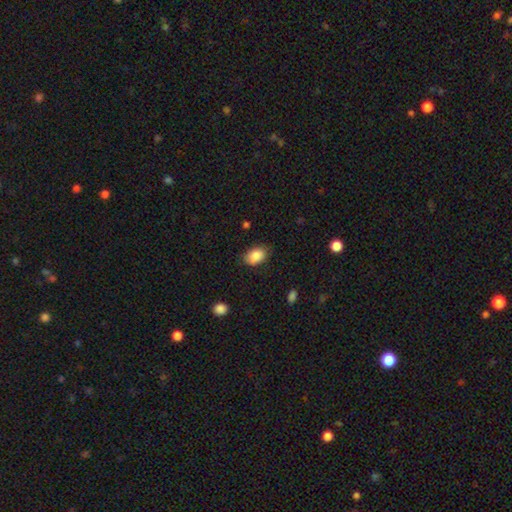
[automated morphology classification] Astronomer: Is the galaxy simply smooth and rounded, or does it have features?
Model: smooth — 87%.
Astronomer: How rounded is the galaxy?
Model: in between — 87%.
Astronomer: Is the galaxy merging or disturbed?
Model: none — 75%.